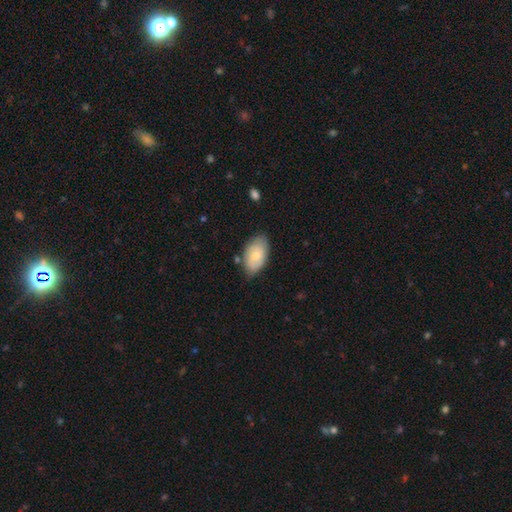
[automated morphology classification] Q: Smooth or featured?
A: smooth (70%); runner-up: featured or disk (25%)
Q: How rounded?
A: in between (94%); runner-up: round (5%)
Q: Merging?
A: none (70%); runner-up: minor disturbance (23%)